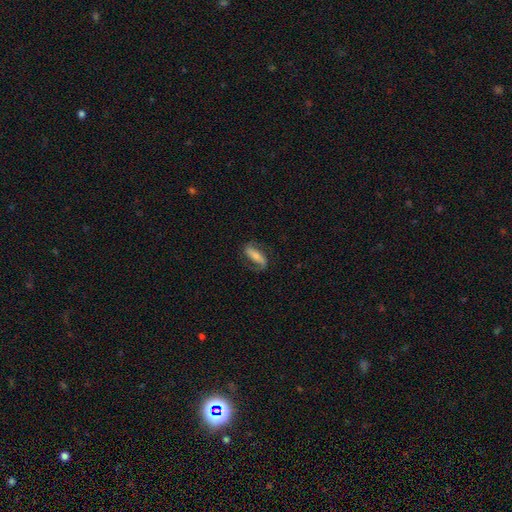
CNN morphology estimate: featured or disk 61%, smooth 32%, star or artifact 7%. Down the decision tree: edge-on disk — no (83%); bar — strong (51%); spiral arms — yes (88%); bulge size — small (45%); merging — none (72%).